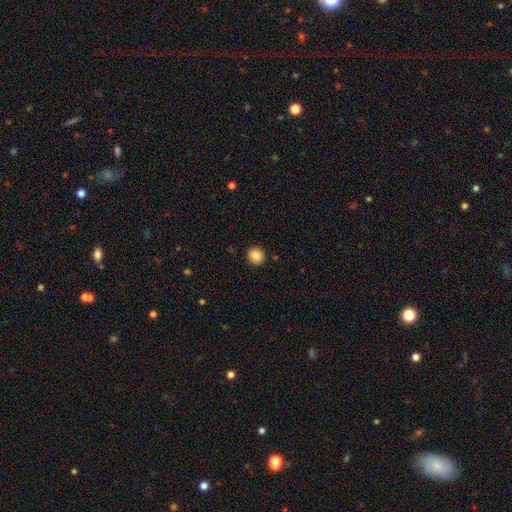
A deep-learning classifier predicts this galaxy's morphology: Smooth or featured: smooth — 86% (star or artifact — 9%)
How rounded: round — 89% (in between — 10%)
Merging: none — 91% (minor disturbance — 6%)